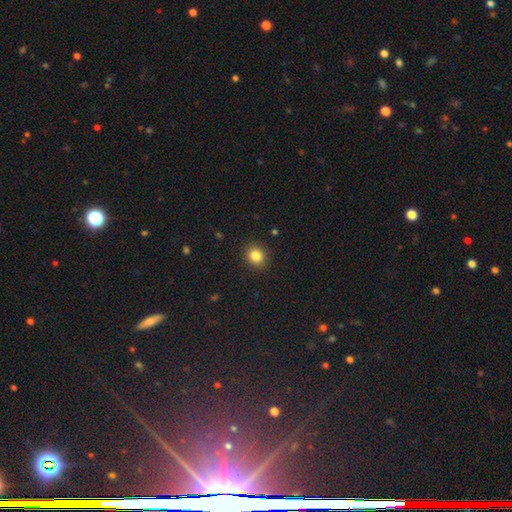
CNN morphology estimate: A smooth galaxy with no disk features (85%) that is round (79%). Merging: none (90%).